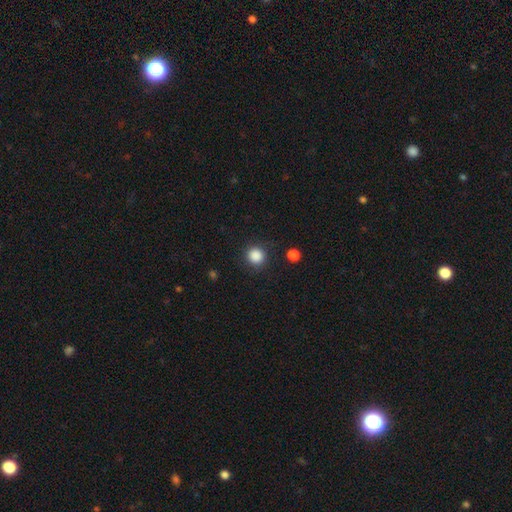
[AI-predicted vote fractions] smooth 87%, star or artifact 10%, featured or disk 3%. Down the decision tree: how rounded — round (92%); merging — none (87%).